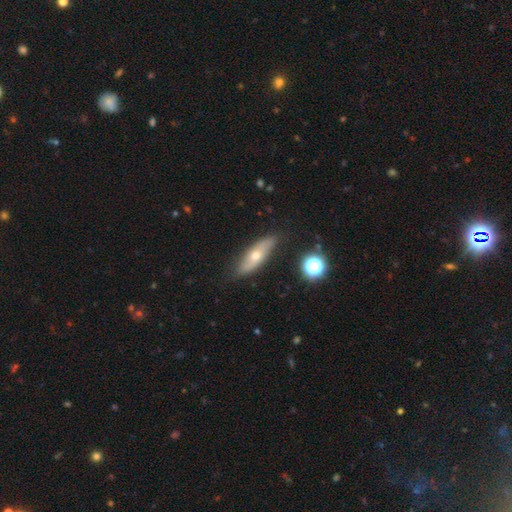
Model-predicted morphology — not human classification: Overall: smooth (50%; featured or disk 42%). How rounded: in between (50%; cigar-shaped 46%). Merging: none (81%).